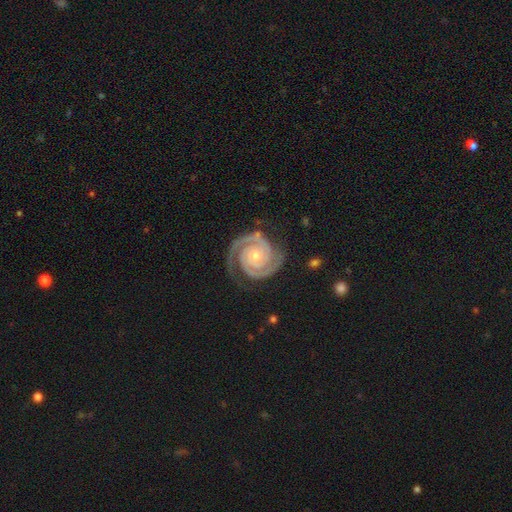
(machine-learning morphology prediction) The model was most divided on "bulge size": small: 68%, moderate: 26%, none: 3%, large: 1%, dominant: 1%. More confident: spiral arms — yes (99%); edge-on disk — no (98%); smooth or featured — featured or disk (93%); spiral arm count — 2 (91%); merging — none (80%); spiral winding — tight (79%); bar — no (75%).